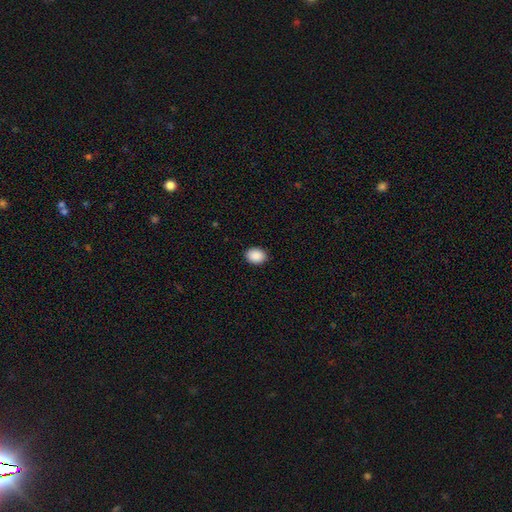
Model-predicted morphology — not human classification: Smooth or featured? Predicted: smooth (p=0.90). How rounded? Predicted: in between (p=0.62). Merging? Predicted: none (p=0.90).